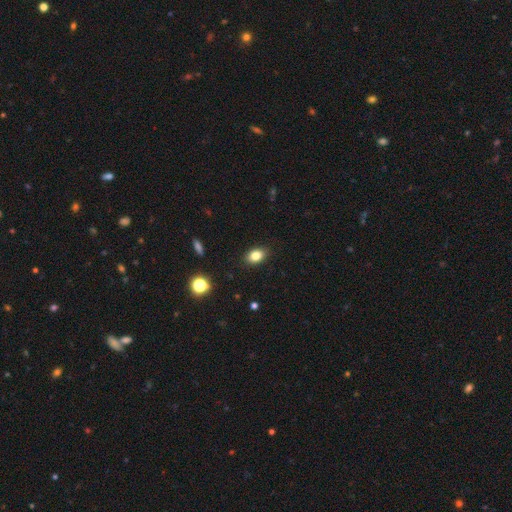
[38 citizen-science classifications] Smooth or featured? smooth (89%)
How rounded? in between (74%)
Merging? none (100%)